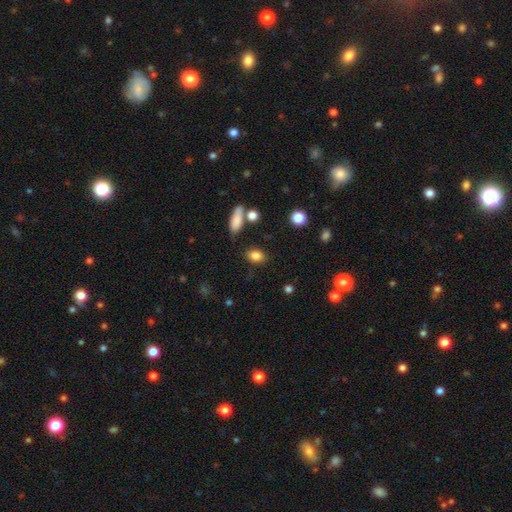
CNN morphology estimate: type=smooth (83%); roundness=in between (77%); merging=none (79%).